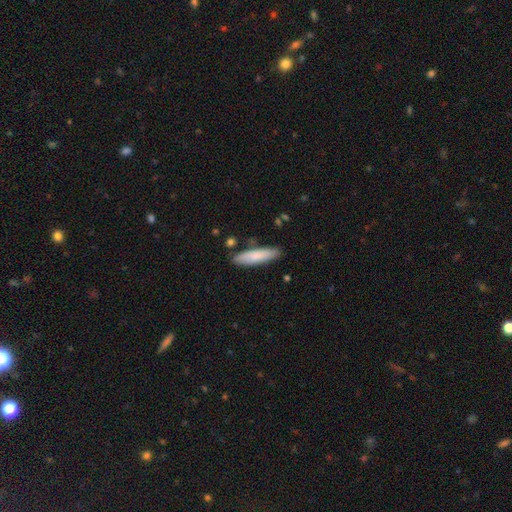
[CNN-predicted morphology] This appears to be a smooth galaxy with no disk features (80%) that is cigar-shaped (76%). Merging: none (83%).